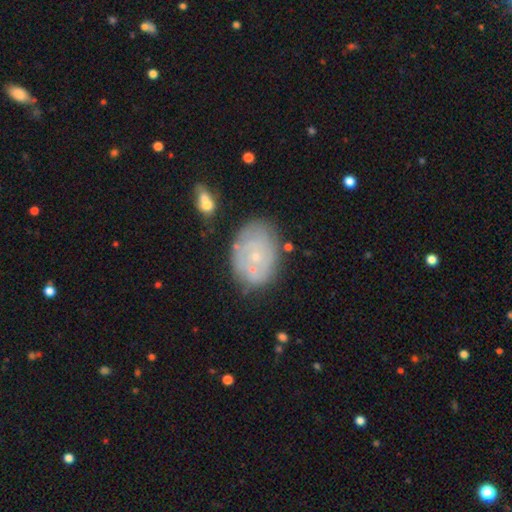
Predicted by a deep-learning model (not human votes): Smooth or featured? featured or disk (54%)
Edge-on disk? no (96%)
Bar? no (88%)
Spiral arms? no (53%)
Bulge size? small (80%)
Merging? none (66%)